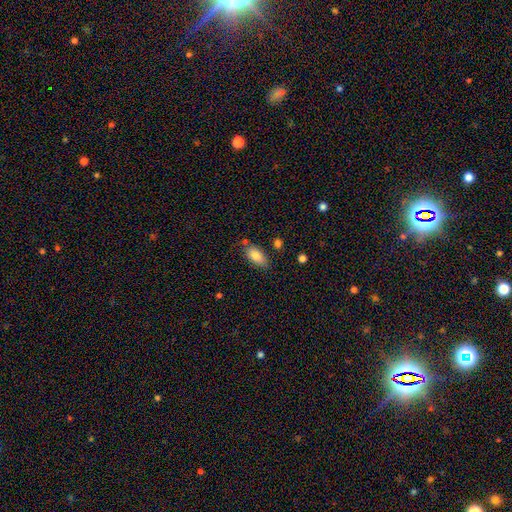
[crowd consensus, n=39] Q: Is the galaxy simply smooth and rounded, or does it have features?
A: smooth — 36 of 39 (92%).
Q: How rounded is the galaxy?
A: in between — 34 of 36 (94%).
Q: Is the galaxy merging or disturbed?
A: none — 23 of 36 (64%).